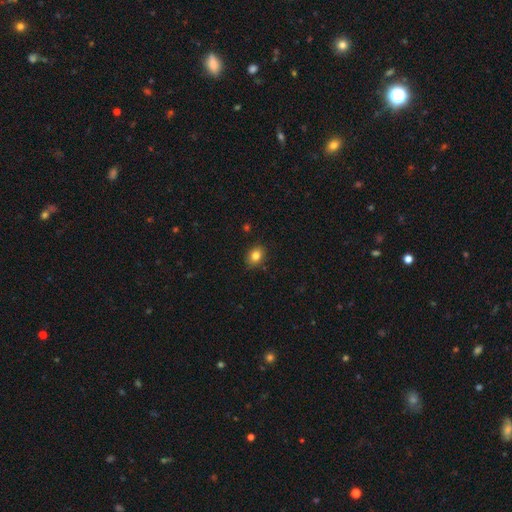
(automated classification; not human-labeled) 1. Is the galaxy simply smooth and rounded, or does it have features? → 82% smooth, 10% star or artifact, 8% featured or disk.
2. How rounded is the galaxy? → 55% in between, 44% round, 1% cigar-shaped.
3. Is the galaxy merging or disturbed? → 87% none, 10% minor disturbance, 2% major disturbance, 1% merger.